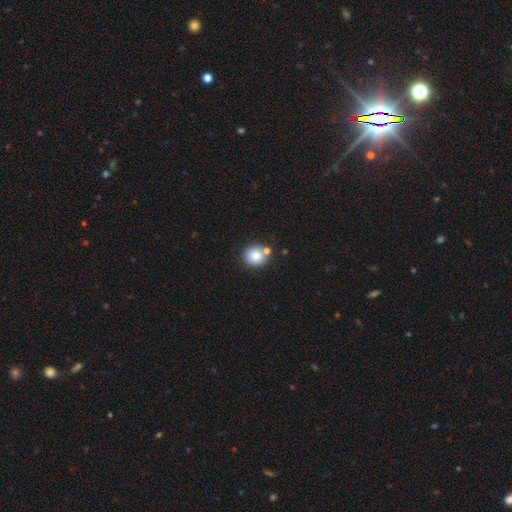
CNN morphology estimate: Smooth or featured?
  - smooth: 82% *
  - star or artifact: 10%
  - featured or disk: 8%
How rounded?
  - round: 88% *
  - in between: 11%
  - cigar-shaped: 1%
Merging?
  - none: 69% *
  - merger: 17%
  - minor disturbance: 10%
  - major disturbance: 3%